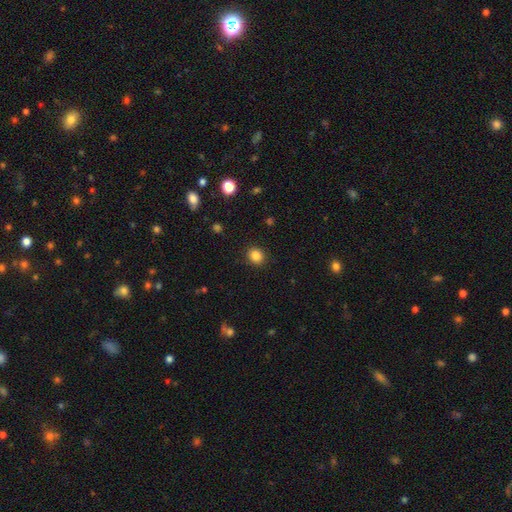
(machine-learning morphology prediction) This appears to be a smooth galaxy with no disk features (85%) that is round (71%). Merging: none (89%).